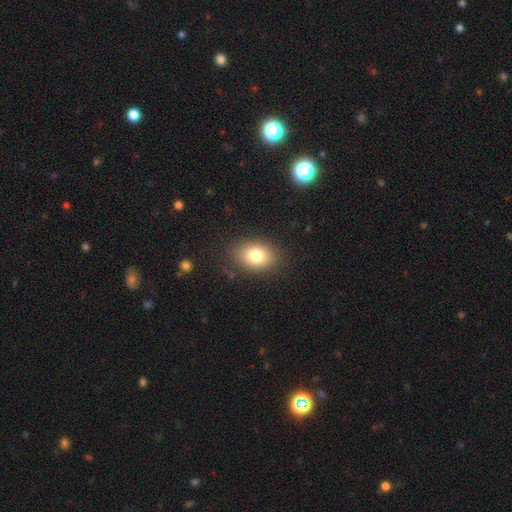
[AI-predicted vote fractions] This is likely a smooth galaxy (80%). How rounded: likely in between (69%). Merging: clearly none (85%).